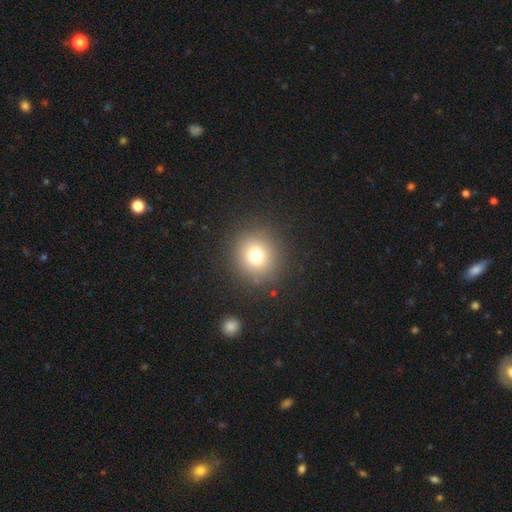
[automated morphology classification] A smooth galaxy with no disk features (73%) that is round (92%). Merging: none (88%).